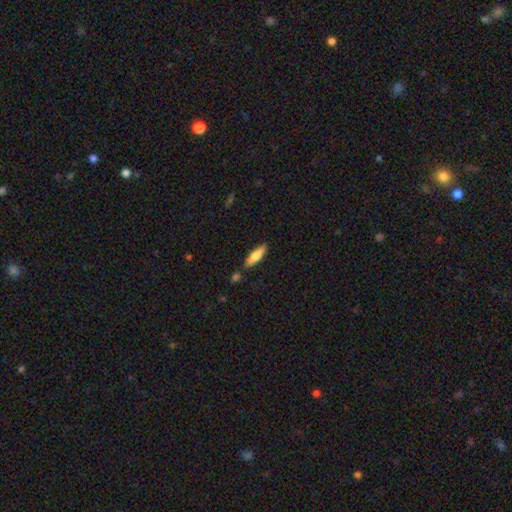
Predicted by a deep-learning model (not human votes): This is likely a smooth galaxy (76%). How rounded: likely cigar-shaped (70%). Merging: clearly none (81%).